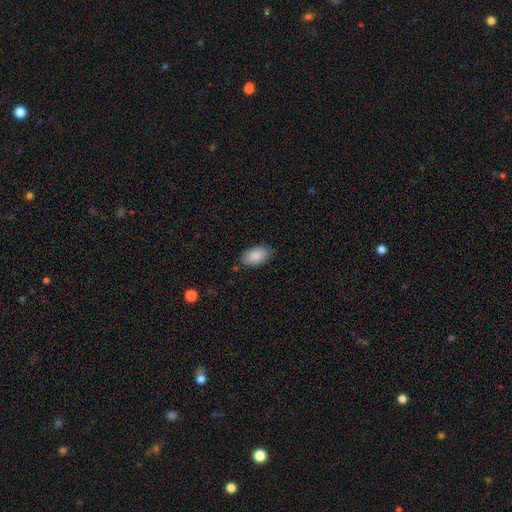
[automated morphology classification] Smooth or featured? Predicted: smooth (p=0.88). How rounded? Predicted: in between (p=0.95). Merging? Predicted: none (p=0.83).